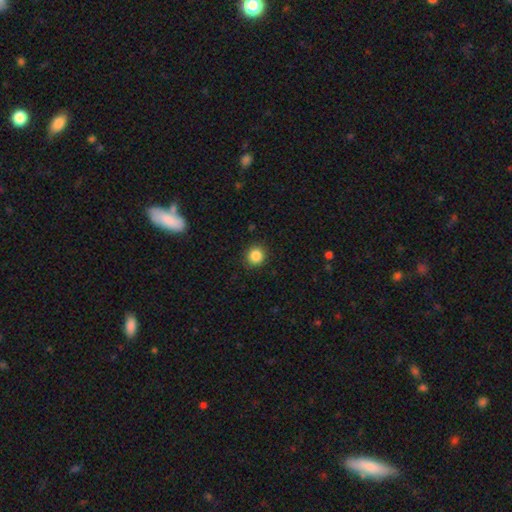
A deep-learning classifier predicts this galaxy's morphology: Overall: smooth (86%). How rounded: round (93%). Merging: none (91%).